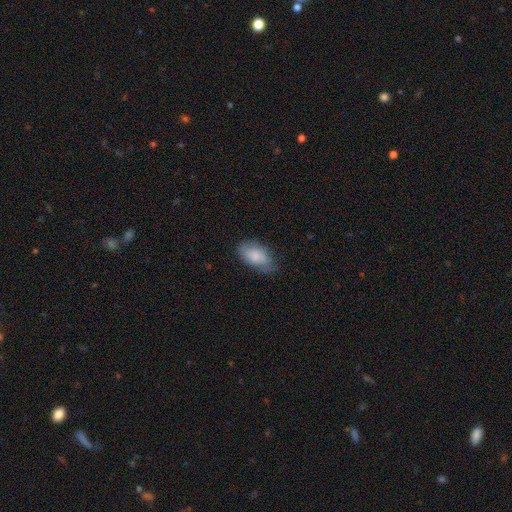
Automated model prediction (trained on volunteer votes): Smooth or featured?
  - smooth: 78% *
  - featured or disk: 15%
  - star or artifact: 7%
How rounded?
  - in between: 93% *
  - round: 5%
  - cigar-shaped: 2%
Merging?
  - none: 65% *
  - minor disturbance: 27%
  - major disturbance: 7%
  - merger: 1%